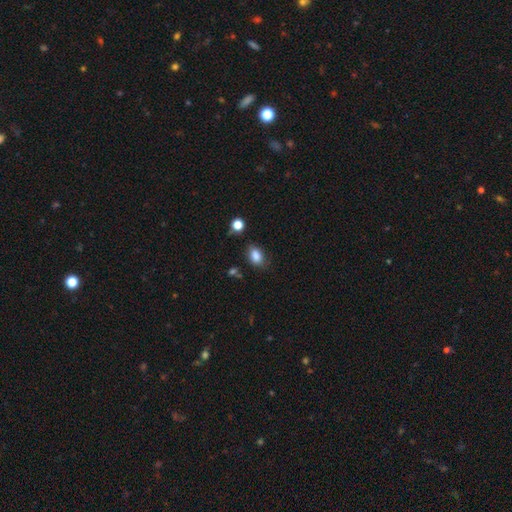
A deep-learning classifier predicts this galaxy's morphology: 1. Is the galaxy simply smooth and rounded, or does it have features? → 84% smooth, 10% star or artifact, 6% featured or disk.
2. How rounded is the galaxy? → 81% in between, 17% round, 2% cigar-shaped.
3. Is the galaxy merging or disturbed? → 72% none, 19% minor disturbance, 5% major disturbance, 4% merger.